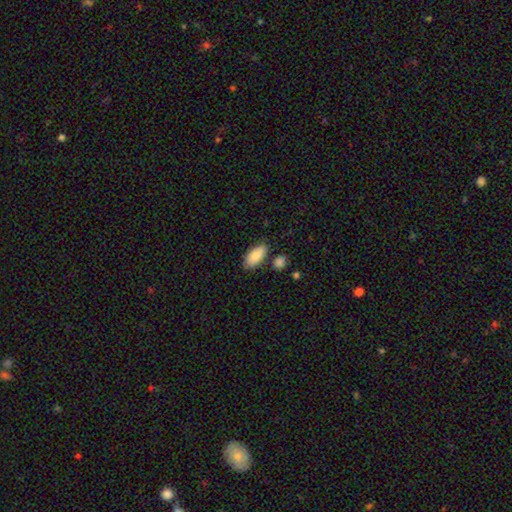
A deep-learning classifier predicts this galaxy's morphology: A smooth galaxy with no disk features (87%) that is in between round and cigar-shaped (91%).

Vote fractions:
- Smooth or featured? smooth: 87% / featured or disk: 7% / star or artifact: 6%
- How rounded? in between: 91% / cigar-shaped: 7% / round: 2%
- Merging? none: 78% / minor disturbance: 13% / merger: 6% / major disturbance: 3%